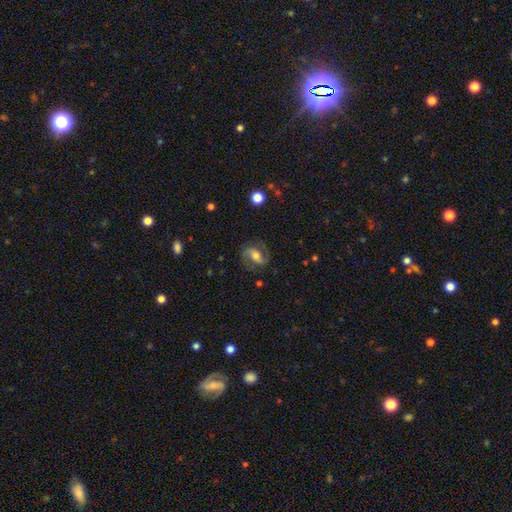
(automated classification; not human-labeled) The model was most divided on "bar": weak: 37%, no: 32%, strong: 31%. Remaining: edge-on disk — no (96%); spiral arms — yes (92%); spiral arm count — 2 (90%); merging — none (77%); smooth or featured — featured or disk (75%); bulge size — moderate (64%); spiral winding — medium (48%).